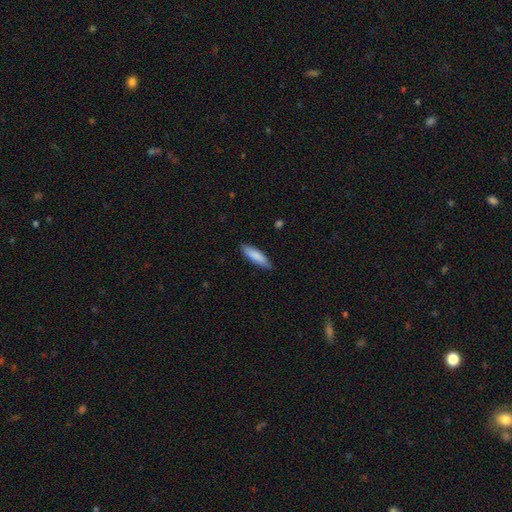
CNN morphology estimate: The model was most divided on "how rounded": cigar-shaped: 63%, in between: 36%, round: 1%. More confident: merging — none (87%); smooth or featured — smooth (86%).